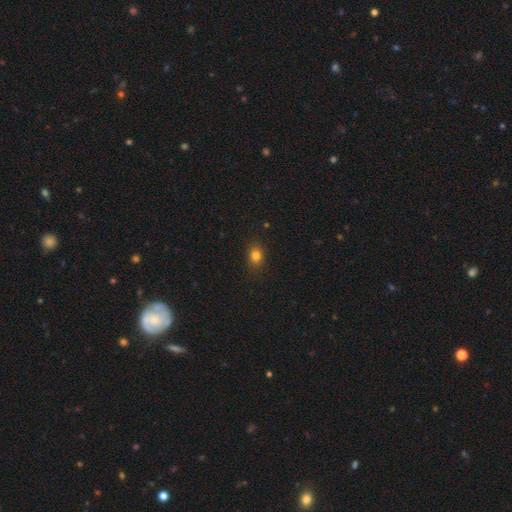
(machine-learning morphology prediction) smooth-or-featured: smooth: 80% | star or artifact: 14% | featured or disk: 7%
  how-rounded: in between: 54% | round: 45% | cigar-shaped: 2%
  merging: none: 86% | minor disturbance: 10% | major disturbance: 3% | merger: 1%